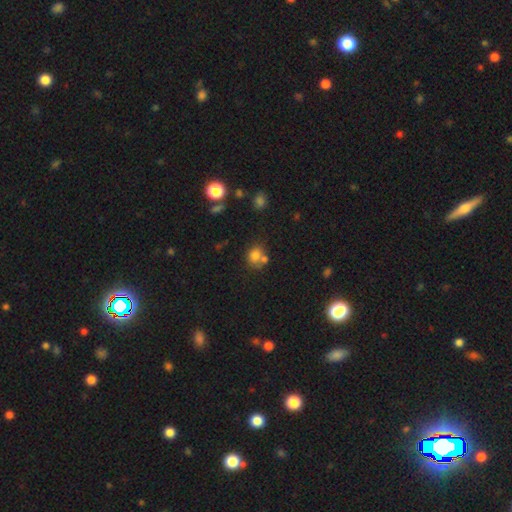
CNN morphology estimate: Smooth or featured? Predicted: smooth (p=0.74). How rounded? Predicted: round (p=0.63). Merging? Predicted: none (p=0.47).